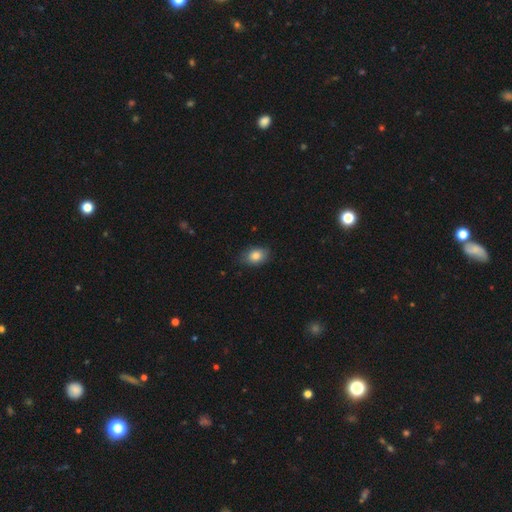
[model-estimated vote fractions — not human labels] The model was most divided on "how rounded": in between: 78%, round: 21%, cigar-shaped: 1%. More confident: smooth or featured — smooth (83%); merging — none (81%).